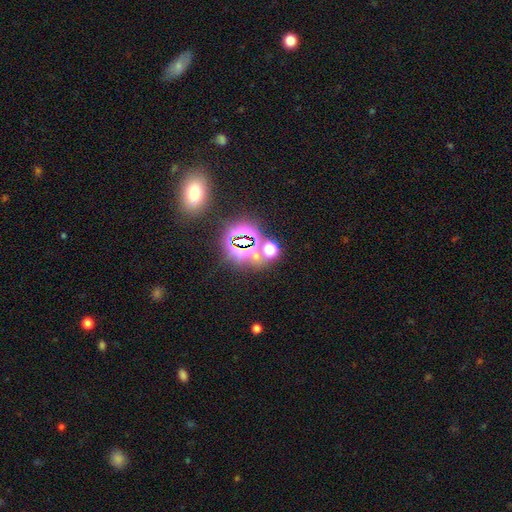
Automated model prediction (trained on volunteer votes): smooth-or-featured: star or artifact: 66% | smooth: 25% | featured or disk: 8%